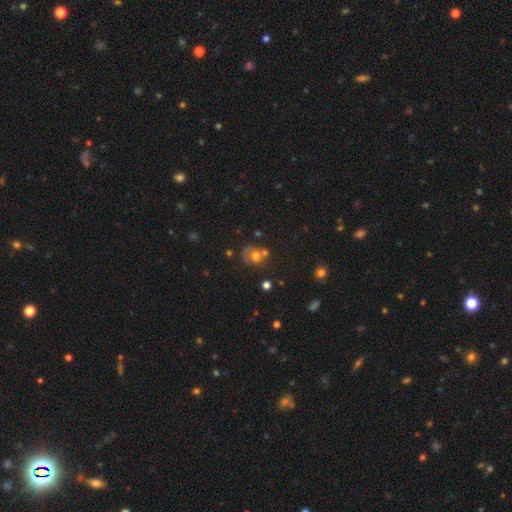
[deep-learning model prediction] Smooth or featured? smooth (60%)
How rounded? round (74%)
Merging? none (38%)